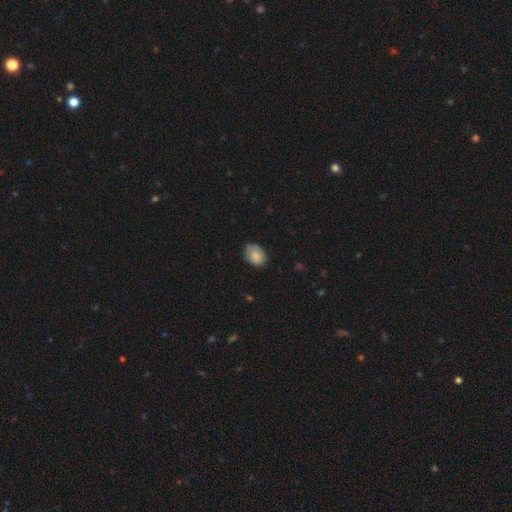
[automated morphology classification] Overall: smooth (83%). How rounded: in between (71%). Merging: none (63%; minor disturbance 30%).